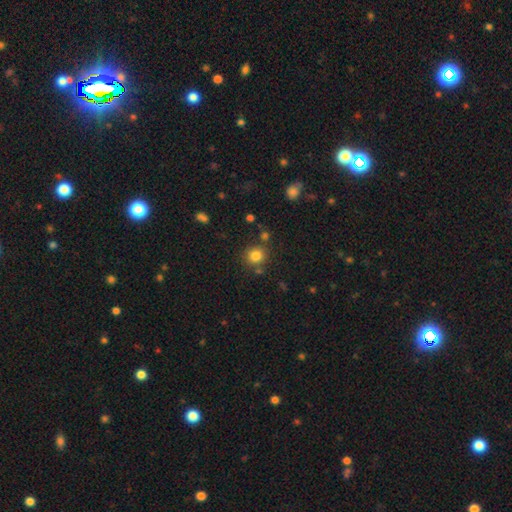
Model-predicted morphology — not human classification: The model was most divided on "merging": none: 78%, minor disturbance: 10%, merger: 8%, major disturbance: 4%. More confident: how rounded — round (86%); smooth or featured — smooth (82%).